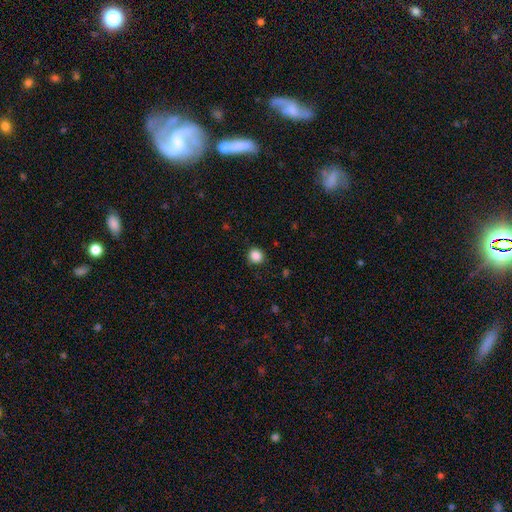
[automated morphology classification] smooth-or-featured: smooth: 87% | star or artifact: 10% | featured or disk: 3%
  how-rounded: round: 91% | in between: 9% | cigar-shaped: 1%
  merging: none: 88% | minor disturbance: 8% | major disturbance: 2% | merger: 1%